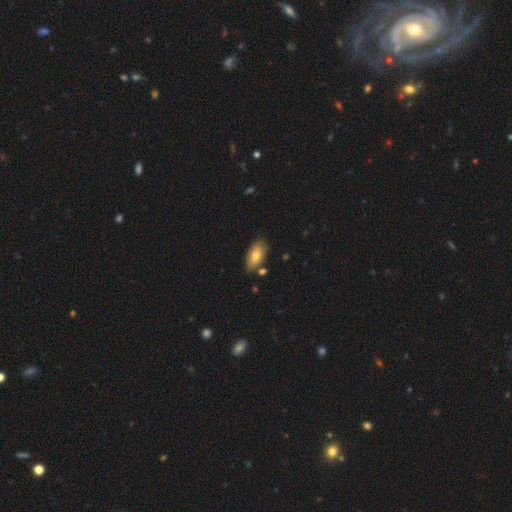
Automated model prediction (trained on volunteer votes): A smooth galaxy with no disk features (77%) that is in between round and cigar-shaped (89%).

Vote fractions:
- Smooth or featured? smooth: 77% / featured or disk: 17% / star or artifact: 7%
- How rounded? in between: 89% / cigar-shaped: 8% / round: 3%
- Merging? none: 78% / minor disturbance: 14% / merger: 5% / major disturbance: 3%